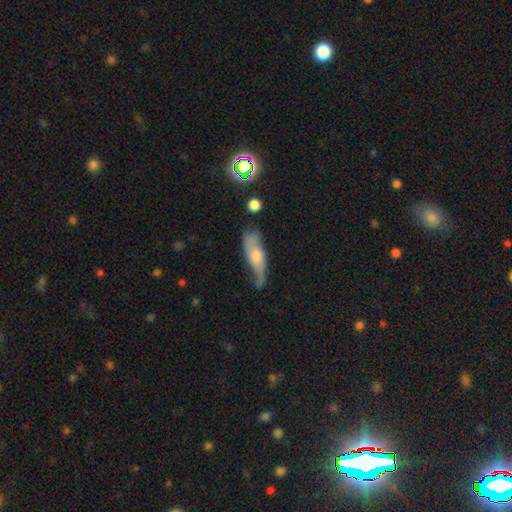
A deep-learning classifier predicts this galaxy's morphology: This appears to be a featured or disk galaxy (51%). Merging: none (46%).